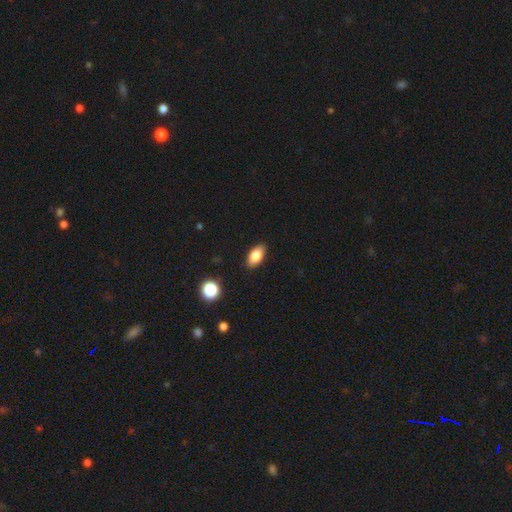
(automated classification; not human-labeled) smooth-or-featured: smooth: 83% | featured or disk: 9% | star or artifact: 8%
  how-rounded: in between: 91% | cigar-shaped: 5% | round: 5%
  merging: none: 89% | minor disturbance: 8% | major disturbance: 2% | merger: 1%